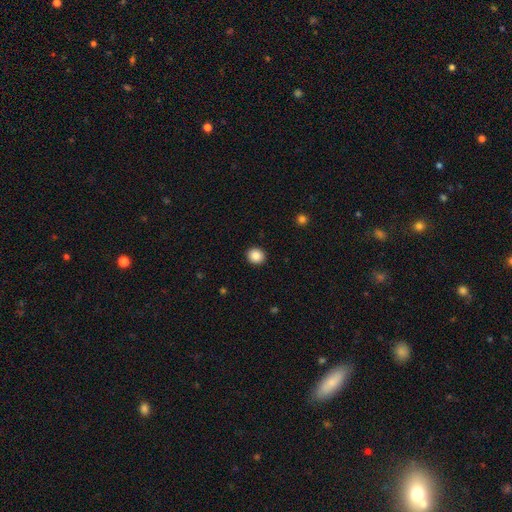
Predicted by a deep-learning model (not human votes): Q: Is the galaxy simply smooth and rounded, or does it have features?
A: smooth — 87%.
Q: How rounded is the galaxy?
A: round — 85%.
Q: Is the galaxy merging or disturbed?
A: none — 92%.